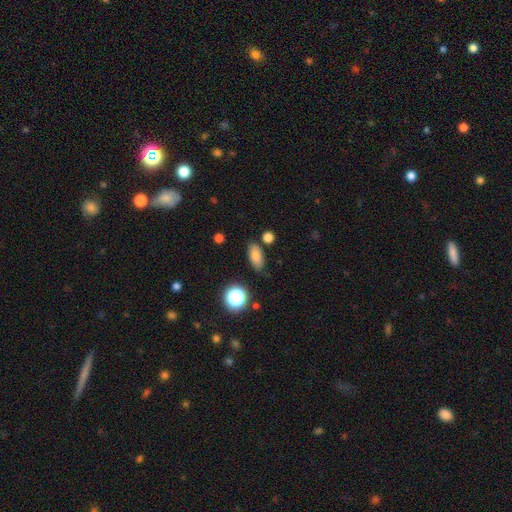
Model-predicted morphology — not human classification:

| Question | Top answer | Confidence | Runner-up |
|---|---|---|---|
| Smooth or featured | smooth | 80% | star or artifact (11%) |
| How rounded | in between | 85% | cigar-shaped (8%) |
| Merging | none | 82% | minor disturbance (11%) |